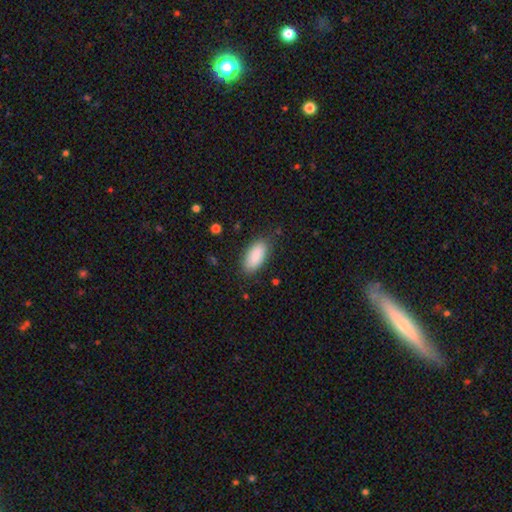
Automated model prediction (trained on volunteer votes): Morphology: type=smooth (88%); roundness=in between (91%); merging=none (82%).